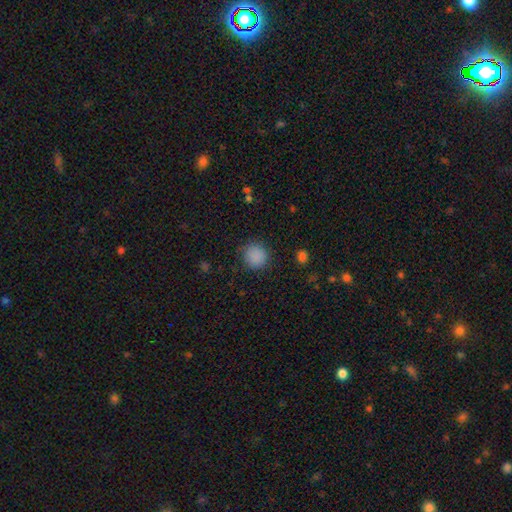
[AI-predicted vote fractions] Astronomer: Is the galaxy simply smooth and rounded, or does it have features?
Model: smooth — 86%.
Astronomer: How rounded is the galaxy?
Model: round — 91%.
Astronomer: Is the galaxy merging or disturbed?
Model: none — 85%.